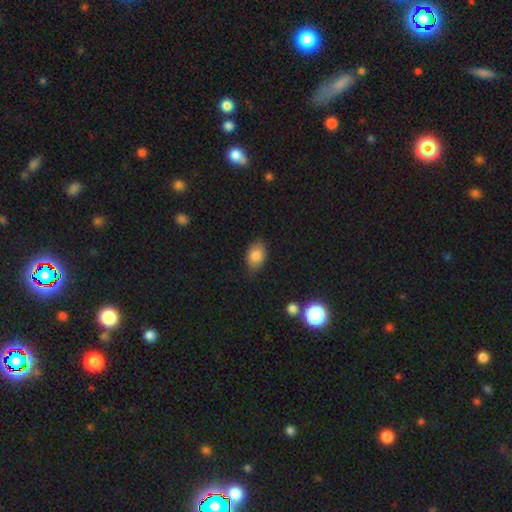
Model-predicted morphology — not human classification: Smooth or featured: smooth — 83% (featured or disk — 9%)
How rounded: in between — 86% (round — 13%)
Merging: none — 75% (minor disturbance — 20%)